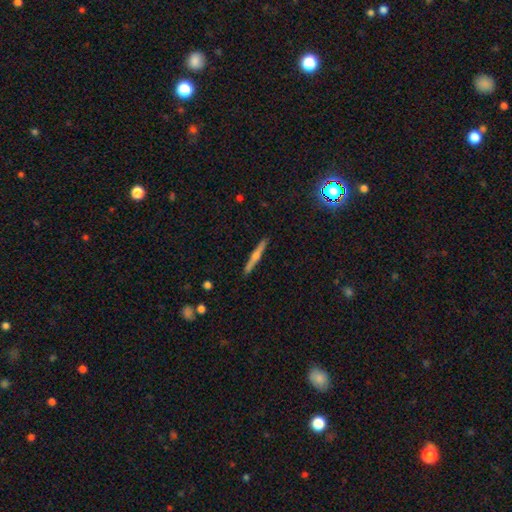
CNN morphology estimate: smooth-or-featured: featured or disk: 63% | smooth: 26% | star or artifact: 11%
  disk-edge-on: yes: 97% | no: 3%
    edge-on-bulge: rounded: 77% | none: 16% | boxy: 7%
  merging: none: 91% | minor disturbance: 6% | major disturbance: 1% | merger: 1%